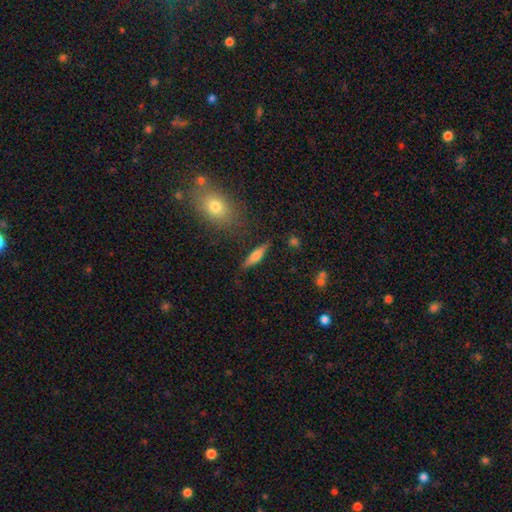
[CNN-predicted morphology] smooth 52%, featured or disk 41%, star or artifact 7%. Down the decision tree: how rounded — cigar-shaped (70%); merging — none (81%).